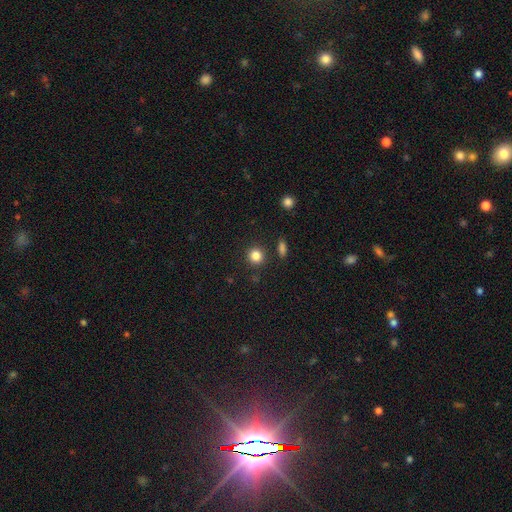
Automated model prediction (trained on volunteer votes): A smooth galaxy with no disk features (84%) that is round (90%).

Vote fractions:
- Smooth or featured? smooth: 84% / star or artifact: 12% / featured or disk: 5%
- How rounded? round: 90% / in between: 9% / cigar-shaped: 1%
- Merging? none: 88% / minor disturbance: 7% / merger: 3% / major disturbance: 2%